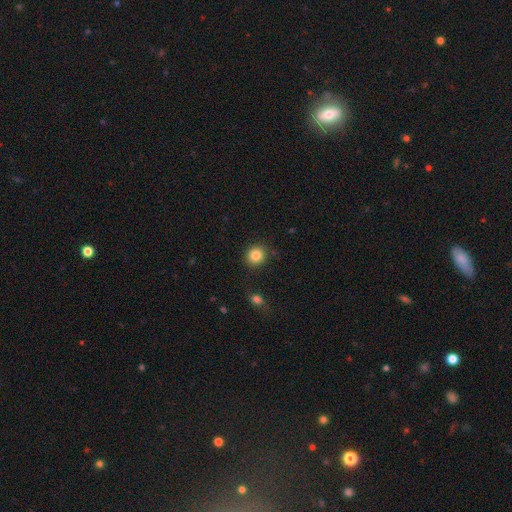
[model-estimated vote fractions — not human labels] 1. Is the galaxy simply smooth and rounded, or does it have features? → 84% smooth, 10% star or artifact, 5% featured or disk.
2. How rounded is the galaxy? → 88% round, 11% in between, 1% cigar-shaped.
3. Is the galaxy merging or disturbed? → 87% none, 8% minor disturbance, 3% major disturbance, 2% merger.